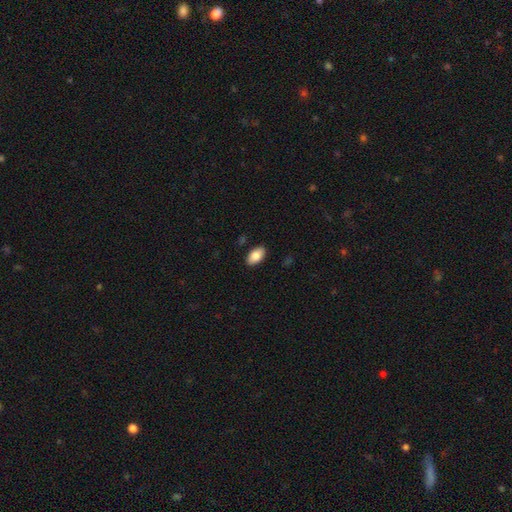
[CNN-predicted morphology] smooth 84%, featured or disk 9%, star or artifact 7%. Down the decision tree: how rounded — in between (94%); merging — none (89%).